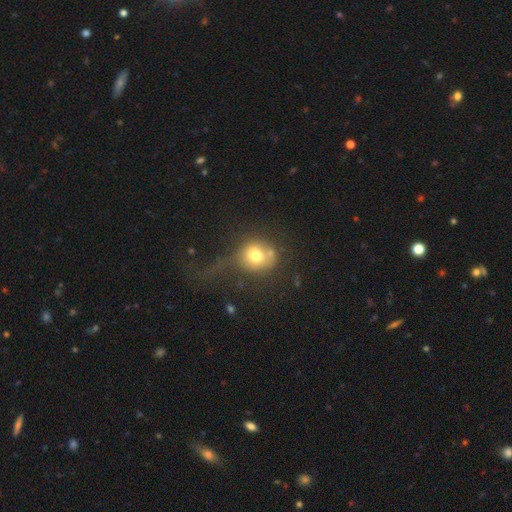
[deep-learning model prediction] This is likely a smooth galaxy (71%). How rounded: clearly round (83%). Merging: marginally none (42%).